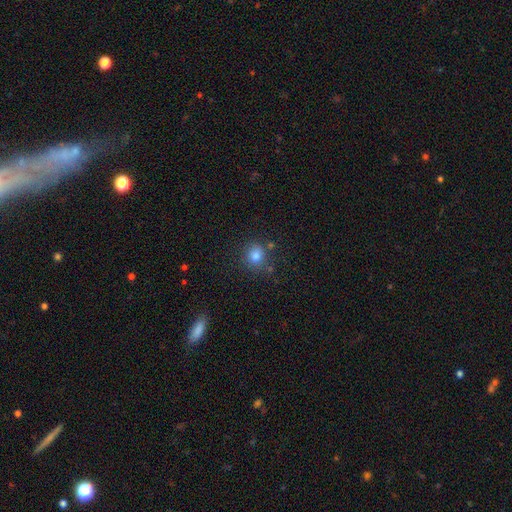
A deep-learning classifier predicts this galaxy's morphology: smooth 80%, star or artifact 13%, featured or disk 7%. Down the decision tree: how rounded — round (82%); merging — none (77%).